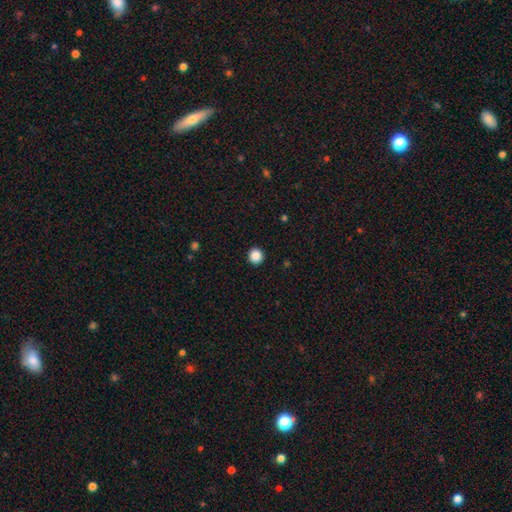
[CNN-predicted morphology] smooth-or-featured: smooth: 88% | star or artifact: 10% | featured or disk: 3%
  how-rounded: round: 94% | in between: 5% | cigar-shaped: 1%
  merging: none: 93% | minor disturbance: 4% | major disturbance: 2% | merger: 1%